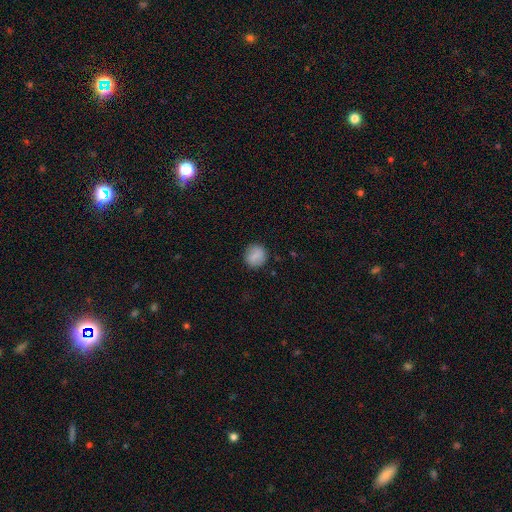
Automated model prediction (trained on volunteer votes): smooth 79%, featured or disk 13%, star or artifact 8%. Down the decision tree: how rounded — round (86%); merging — none (87%).